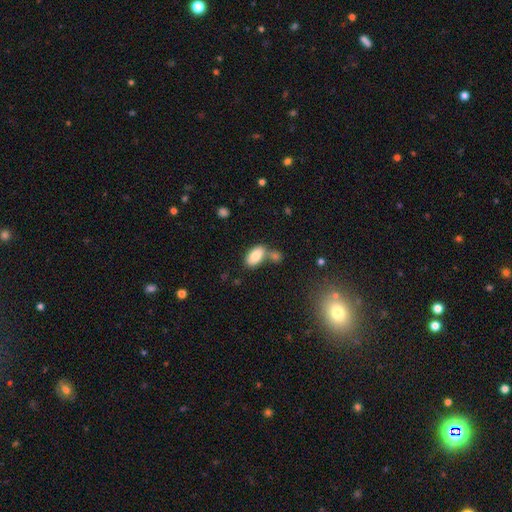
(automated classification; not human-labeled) Q: Smooth or featured?
A: smooth (84%); runner-up: featured or disk (8%)
Q: How rounded?
A: in between (94%); runner-up: round (3%)
Q: Merging?
A: none (50%); runner-up: merger (32%)